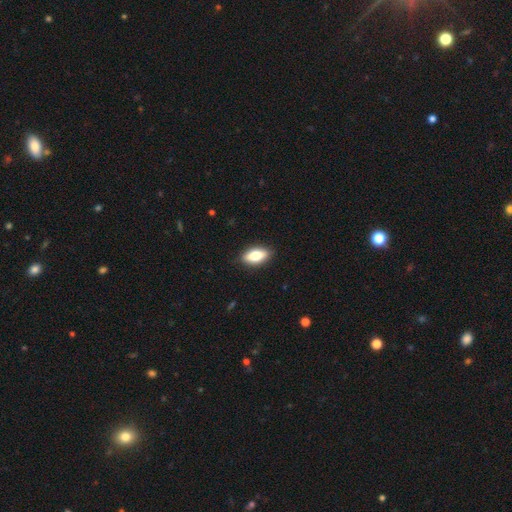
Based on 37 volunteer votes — Smooth or featured?
  - smooth: 70% *
  - featured or disk: 27%
  - star or artifact: 3%
How rounded?
  - in between: 88% *
  - cigar-shaped: 8%
  - round: 4%
Merging?
  - none: 86% *
  - minor disturbance: 8%
  - major disturbance: 6%
  - merger: 0%